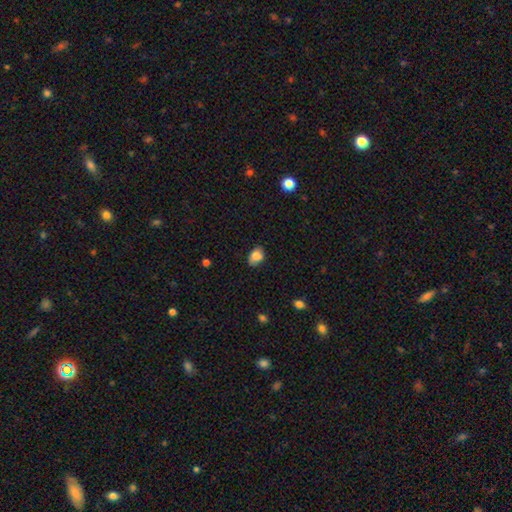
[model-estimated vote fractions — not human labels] smooth 81%, featured or disk 10%, star or artifact 9%. Down the decision tree: how rounded — in between (73%); merging — none (74%).